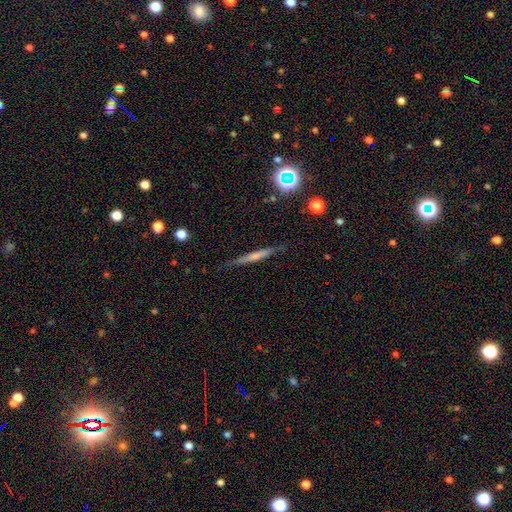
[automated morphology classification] Smooth or featured: featured or disk — 46% (smooth — 45%)
Merging: none — 82% (minor disturbance — 13%)